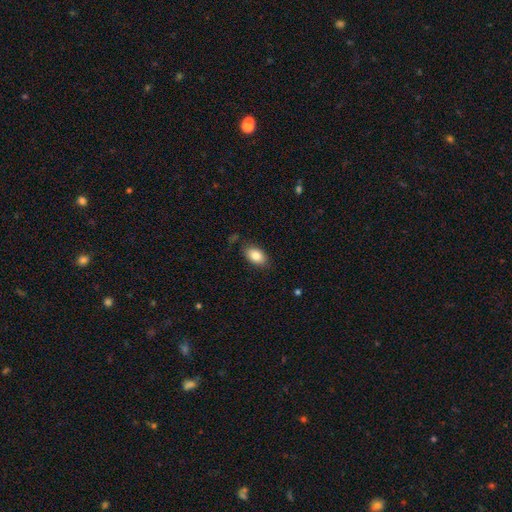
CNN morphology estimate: Smooth or featured? smooth (83%)
How rounded? in between (89%)
Merging? none (83%)